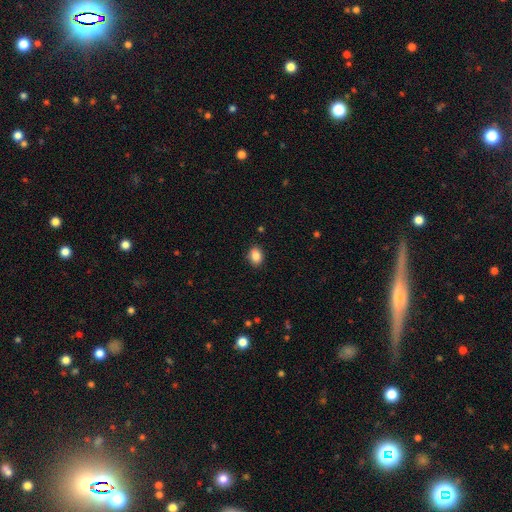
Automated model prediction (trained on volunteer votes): The model was most divided on "how rounded": in between: 72%, round: 27%, cigar-shaped: 1%. More confident: merging — none (88%); smooth or featured — smooth (87%).